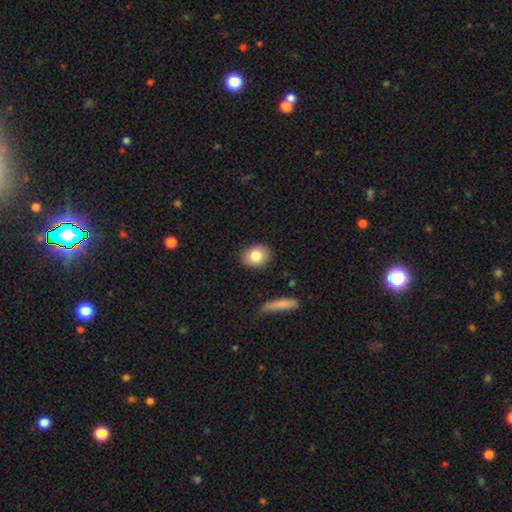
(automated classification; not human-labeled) smooth-or-featured: smooth: 80% | featured or disk: 12% | star or artifact: 8%
  how-rounded: round: 51% | in between: 48% | cigar-shaped: 2%
  merging: none: 88% | minor disturbance: 8% | major disturbance: 2% | merger: 2%